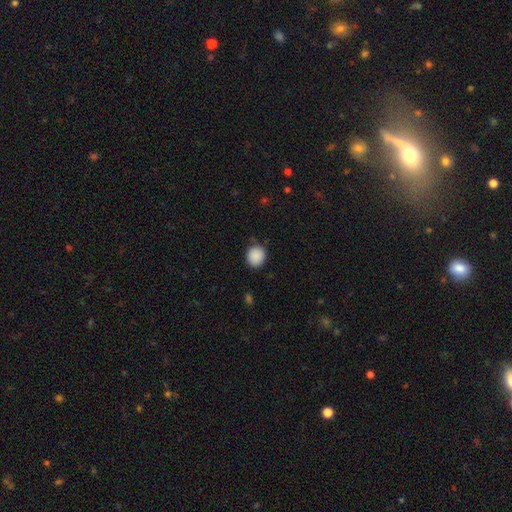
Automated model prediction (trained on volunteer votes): A smooth galaxy with no disk features (89%) that is round (82%).

Vote fractions:
- Smooth or featured? smooth: 89% / star or artifact: 8% / featured or disk: 3%
- How rounded? round: 82% / in between: 17% / cigar-shaped: 1%
- Merging? none: 77% / minor disturbance: 17% / major disturbance: 4% / merger: 2%